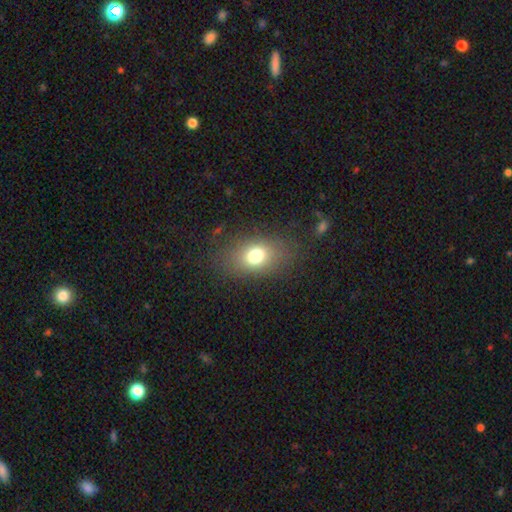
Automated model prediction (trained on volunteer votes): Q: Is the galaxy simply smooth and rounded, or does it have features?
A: smooth — 74%.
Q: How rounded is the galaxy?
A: in between — 71%.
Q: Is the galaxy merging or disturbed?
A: none — 80%.